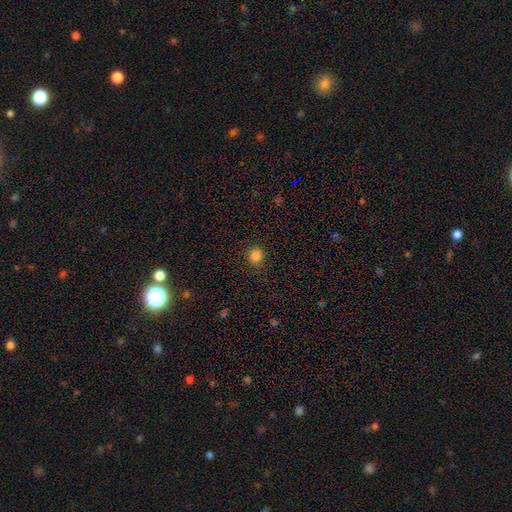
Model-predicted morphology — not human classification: smooth-or-featured: smooth: 84% | star or artifact: 12% | featured or disk: 3%
  how-rounded: round: 91% | in between: 8% | cigar-shaped: 1%
  merging: none: 90% | minor disturbance: 6% | major disturbance: 2% | merger: 1%